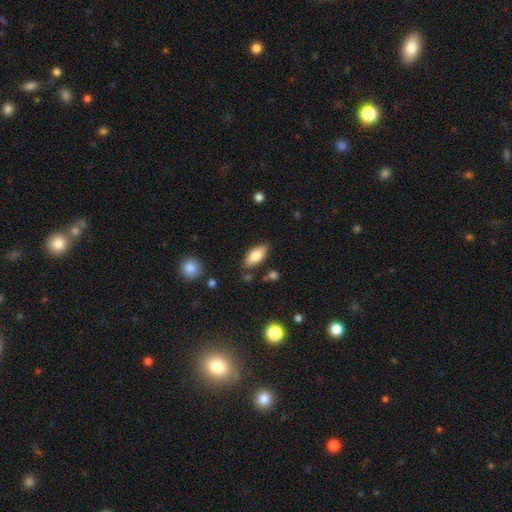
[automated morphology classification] A smooth galaxy with no disk features (79%) that is in between round and cigar-shaped (86%).

Vote fractions:
- Smooth or featured? smooth: 79% / featured or disk: 14% / star or artifact: 7%
- How rounded? in between: 86% / cigar-shaped: 11% / round: 2%
- Merging? none: 82% / minor disturbance: 12% / merger: 3% / major disturbance: 2%